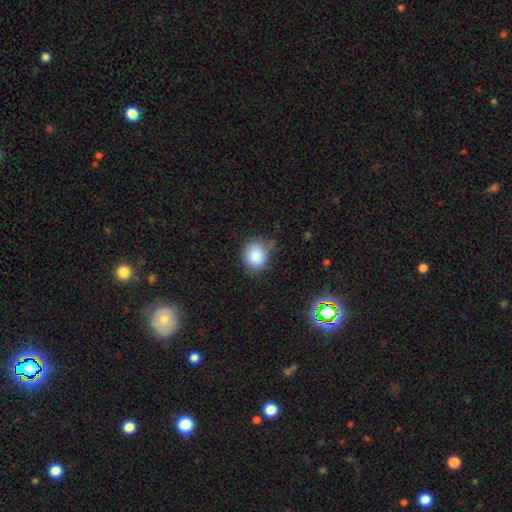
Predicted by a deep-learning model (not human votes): smooth-or-featured: smooth: 86% | star or artifact: 9% | featured or disk: 5%
  how-rounded: round: 68% | in between: 31% | cigar-shaped: 1%
  merging: none: 69% | minor disturbance: 22% | major disturbance: 5% | merger: 3%